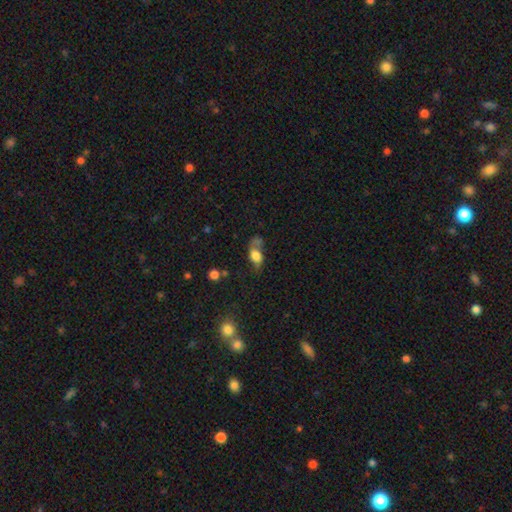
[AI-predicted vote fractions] A smooth galaxy with no disk features (63%) that is in between round and cigar-shaped (81%).

Vote fractions:
- Smooth or featured? smooth: 63% / featured or disk: 27% / star or artifact: 10%
- How rounded? in between: 81% / round: 14% / cigar-shaped: 5%
- Merging? none: 33% / major disturbance: 27% / minor disturbance: 23% / merger: 17%